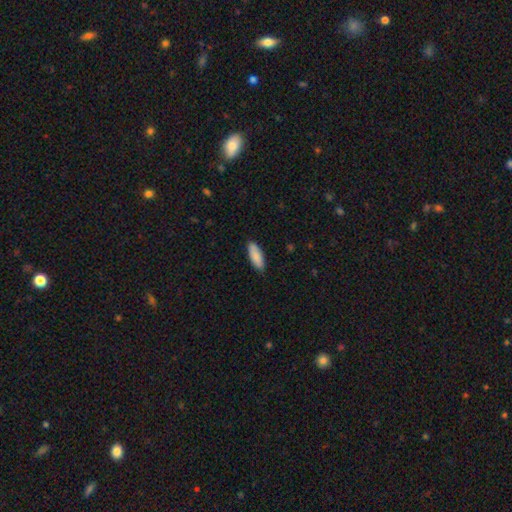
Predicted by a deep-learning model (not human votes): Smooth or featured? smooth (87%)
How rounded? in between (73%)
Merging? none (87%)